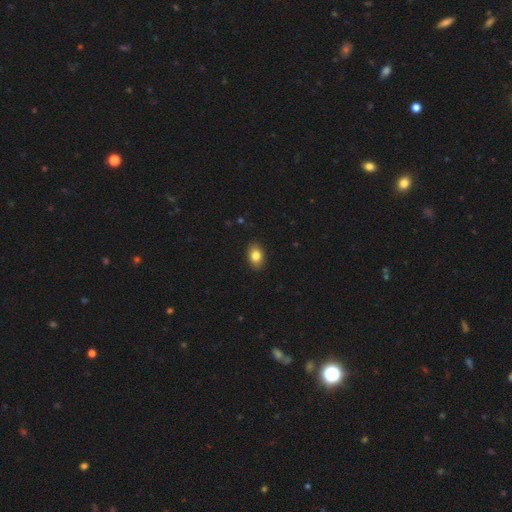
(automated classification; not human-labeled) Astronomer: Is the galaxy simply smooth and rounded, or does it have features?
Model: smooth — 83%.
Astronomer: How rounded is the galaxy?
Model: in between — 79%.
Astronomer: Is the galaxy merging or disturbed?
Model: none — 89%.